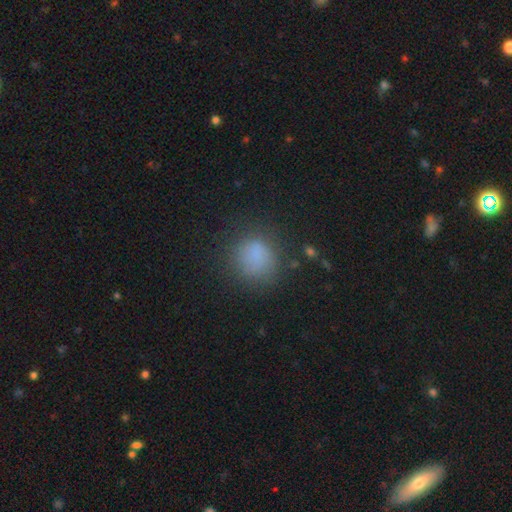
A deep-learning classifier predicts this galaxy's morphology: The model was most divided on "merging": none: 73%, minor disturbance: 17%, major disturbance: 8%, merger: 2%. More confident: how rounded — round (83%); smooth or featured — smooth (79%).